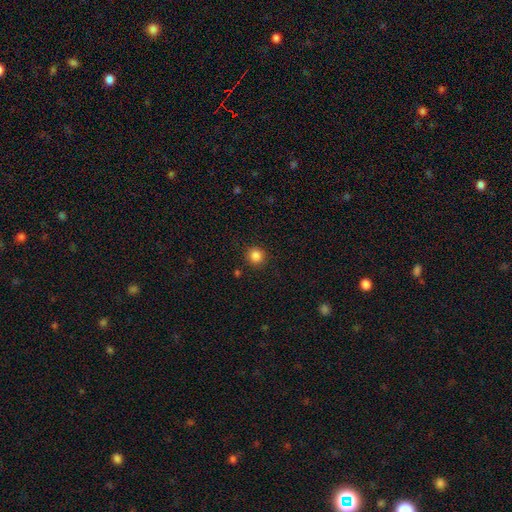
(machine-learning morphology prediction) smooth_or_featured: smooth (p=0.85) [alt: star or artifact p=0.11]
how_rounded: round (p=0.92) [alt: in between p=0.07]
merging: none (p=0.91) [alt: minor disturbance p=0.06]